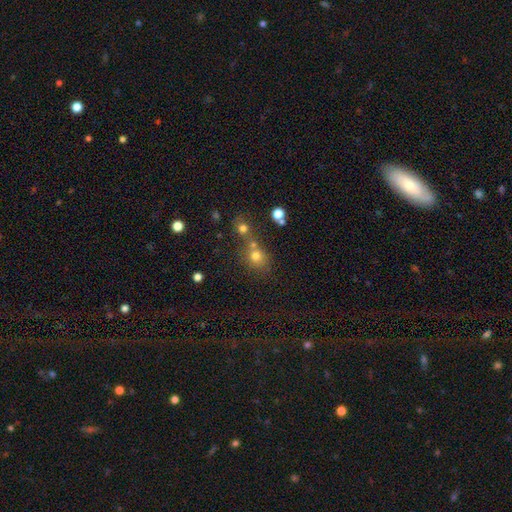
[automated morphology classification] A smooth galaxy with no disk features (69%) that is round (78%).

Vote fractions:
- Smooth or featured? smooth: 69% / star or artifact: 19% / featured or disk: 12%
- How rounded? round: 78% / in between: 21% / cigar-shaped: 1%
- Merging? none: 46% / merger: 40% / minor disturbance: 9% / major disturbance: 4%